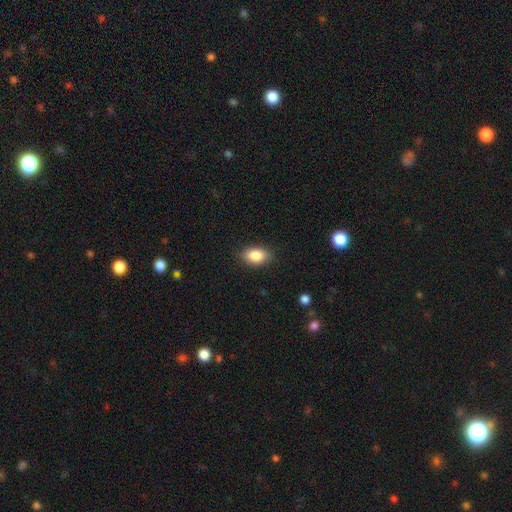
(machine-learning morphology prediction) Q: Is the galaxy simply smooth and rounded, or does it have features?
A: smooth — 84%.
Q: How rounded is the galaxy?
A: in between — 87%.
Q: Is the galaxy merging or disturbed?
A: none — 87%.